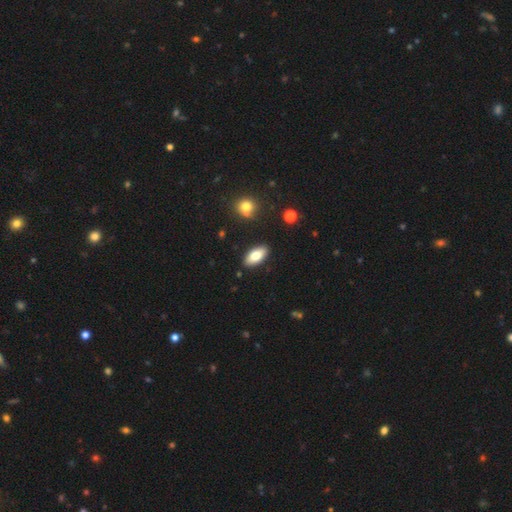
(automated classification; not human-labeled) Smooth or featured? Predicted: smooth (p=0.76). How rounded? Predicted: in between (p=0.89). Merging? Predicted: none (p=0.88).